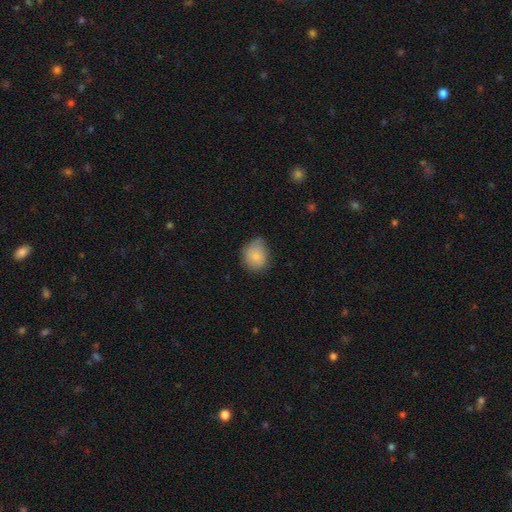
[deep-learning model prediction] This is clearly a smooth galaxy (83%). How rounded: likely round (63%). Merging: possibly none (57%).